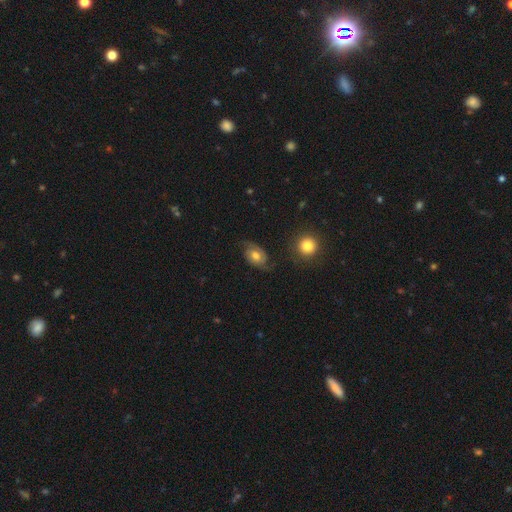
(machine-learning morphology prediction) Smooth or featured? featured or disk (63%)
Edge-on disk? no (96%)
Bar? no (67%)
Spiral arms? yes (87%)
Spiral winding? medium (44%)
Spiral arm count? 2 (86%)
Bulge size? moderate (69%)
Merging? none (69%)